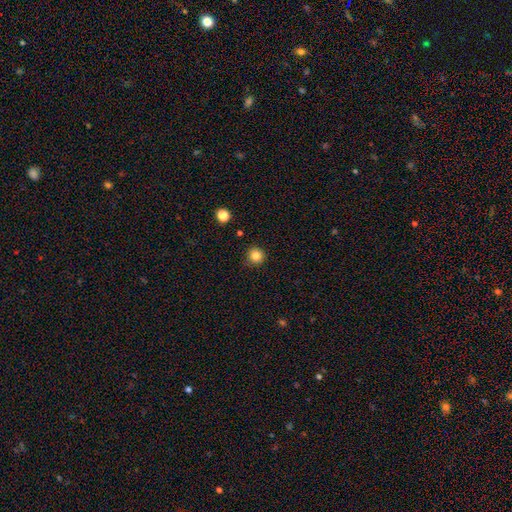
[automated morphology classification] smooth_or_featured: smooth (p=0.83) [alt: star or artifact p=0.12]
how_rounded: round (p=0.94) [alt: in between p=0.05]
merging: none (p=0.88) [alt: minor disturbance p=0.08]